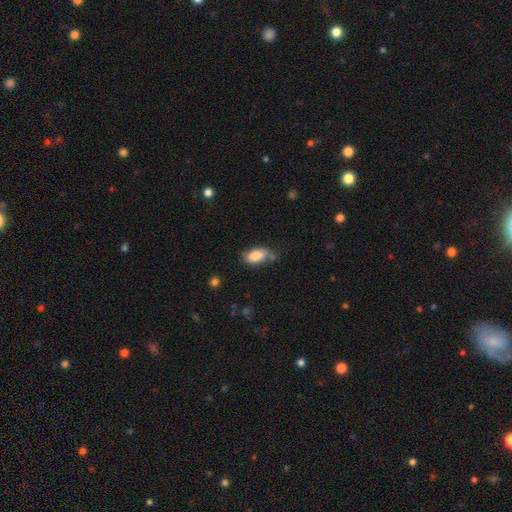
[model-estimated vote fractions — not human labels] smooth 85%, featured or disk 7%, star or artifact 7%. Down the decision tree: how rounded — in between (92%); merging — none (64%).